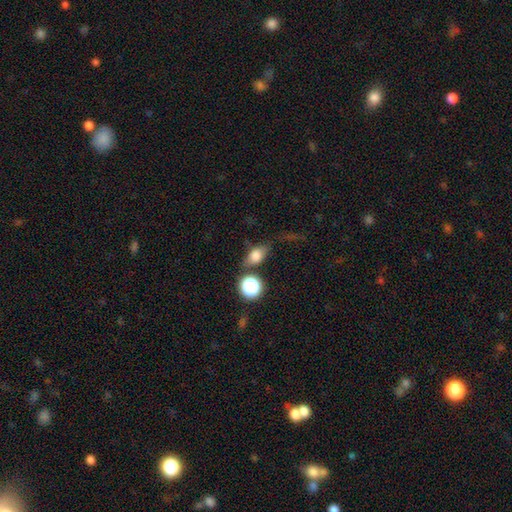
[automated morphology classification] smooth_or_featured: smooth (p=0.71) [alt: star or artifact p=0.15]
how_rounded: in between (p=0.63) [alt: round p=0.32]
merging: none (p=0.54) [alt: minor disturbance p=0.21]